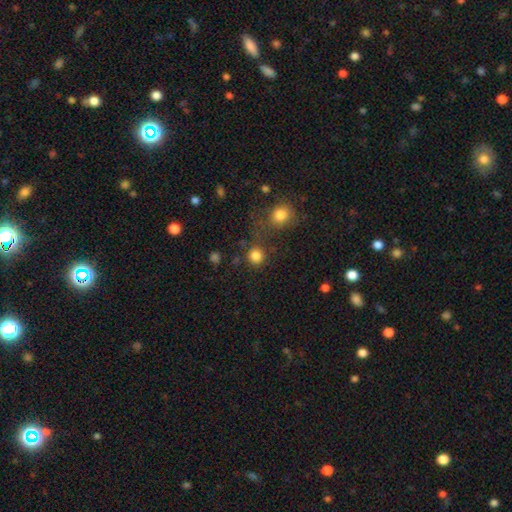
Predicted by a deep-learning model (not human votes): Smooth or featured? Predicted: smooth (p=0.83). How rounded? Predicted: round (p=0.93). Merging? Predicted: none (p=0.74).